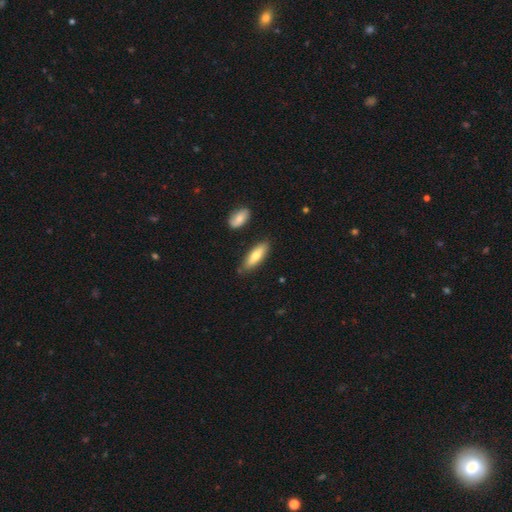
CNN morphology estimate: A smooth galaxy with no disk features (69%) that is in between round and cigar-shaped (55%).

Vote fractions:
- Smooth or featured? smooth: 69% / featured or disk: 25% / star or artifact: 6%
- How rounded? in between: 55% / cigar-shaped: 43% / round: 2%
- Merging? none: 81% / minor disturbance: 13% / merger: 4% / major disturbance: 2%